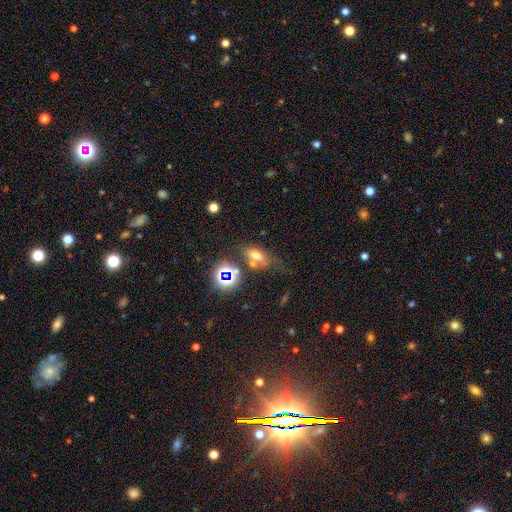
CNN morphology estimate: Q: Smooth or featured?
A: smooth (57%); runner-up: star or artifact (24%)
Q: How rounded?
A: in between (74%); runner-up: round (17%)
Q: Merging?
A: none (47%); runner-up: merger (23%)